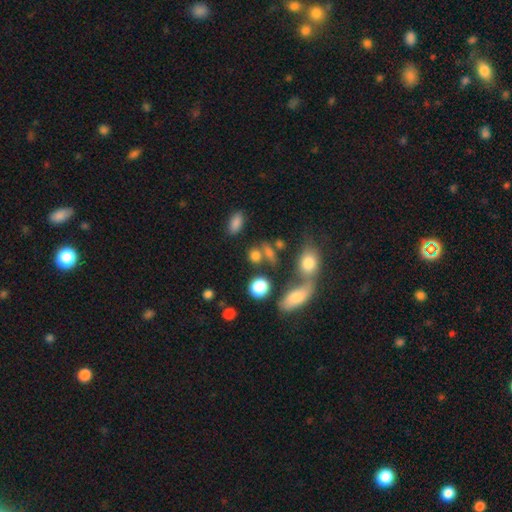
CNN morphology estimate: This appears to be a smooth galaxy with no disk features (74%) that is round (48%). Merging: none (53%).